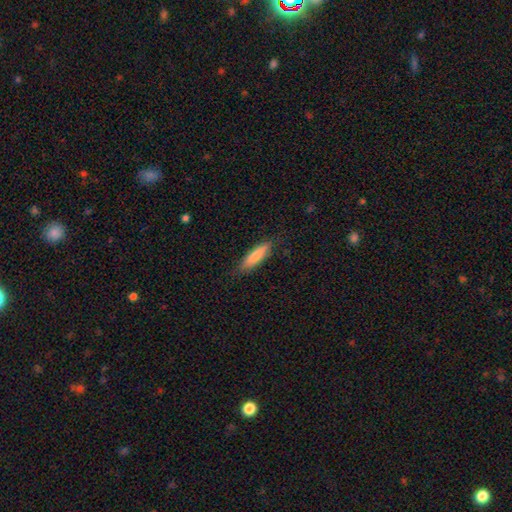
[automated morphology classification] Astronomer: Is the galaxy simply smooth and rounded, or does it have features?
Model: smooth — 81%.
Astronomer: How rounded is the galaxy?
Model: cigar-shaped — 68%.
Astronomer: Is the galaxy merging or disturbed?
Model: none — 82%.